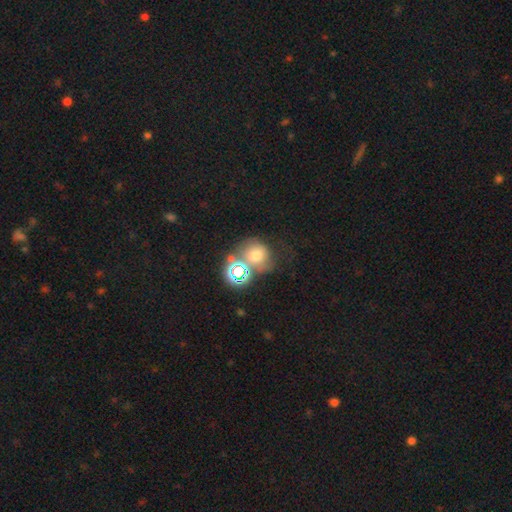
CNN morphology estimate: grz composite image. It shows a smooth galaxy with no disk features (56%) that is round (73%). Merging: none (42%).